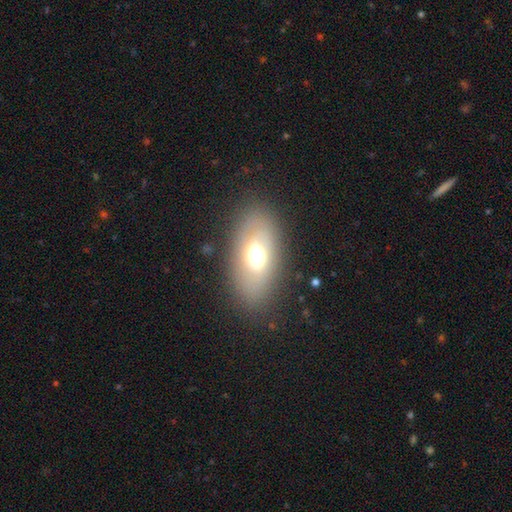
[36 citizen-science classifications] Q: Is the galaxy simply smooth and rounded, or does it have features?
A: smooth — 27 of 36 (75%).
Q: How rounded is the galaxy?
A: in between — 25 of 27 (93%).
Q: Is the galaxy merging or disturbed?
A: none — 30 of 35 (86%).